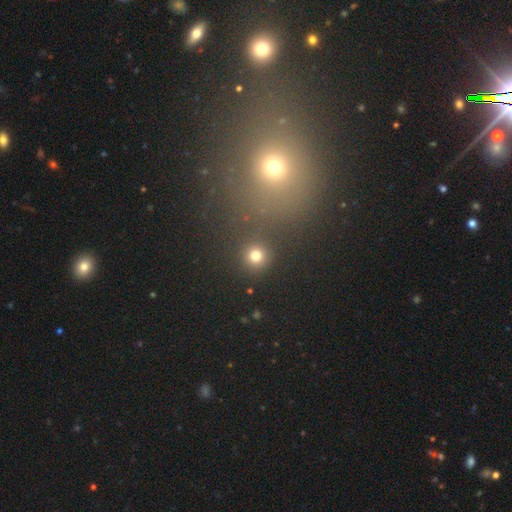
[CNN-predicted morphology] Smooth or featured? smooth (77%)
How rounded? round (94%)
Merging? none (88%)